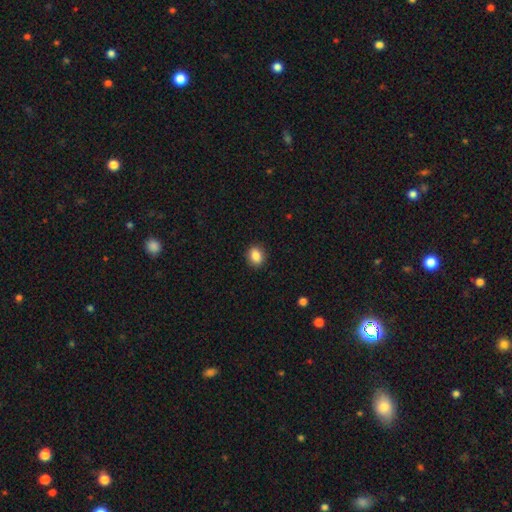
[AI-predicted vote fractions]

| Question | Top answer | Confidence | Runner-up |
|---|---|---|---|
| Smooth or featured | smooth | 87% | star or artifact (9%) |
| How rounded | round | 51% | in between (48%) |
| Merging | none | 90% | minor disturbance (7%) |